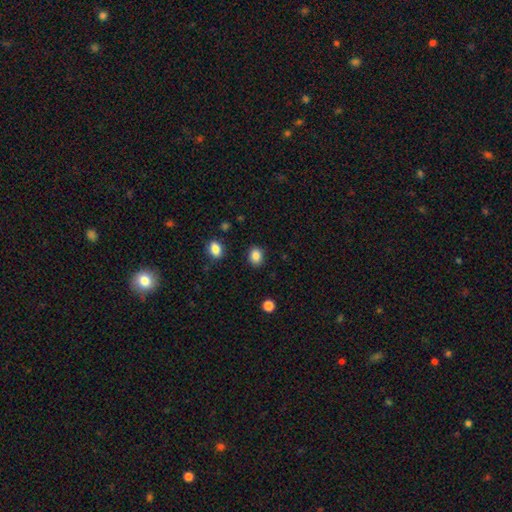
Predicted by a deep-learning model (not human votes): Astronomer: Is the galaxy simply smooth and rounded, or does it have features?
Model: smooth — 86%.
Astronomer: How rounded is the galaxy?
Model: round — 58% (runner-up: in between, 42%).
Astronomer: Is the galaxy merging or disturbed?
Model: none — 87%.